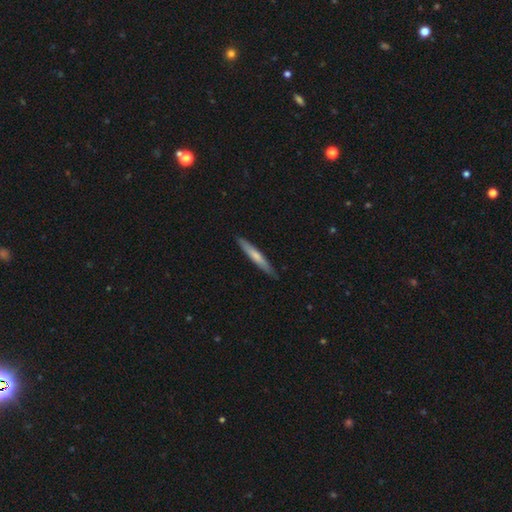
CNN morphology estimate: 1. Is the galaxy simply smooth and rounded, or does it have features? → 62% smooth, 33% featured or disk, 5% star or artifact.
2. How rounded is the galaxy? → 95% cigar-shaped, 4% in between, 1% round.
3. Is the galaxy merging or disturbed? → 88% none, 9% minor disturbance, 2% major disturbance, 1% merger.